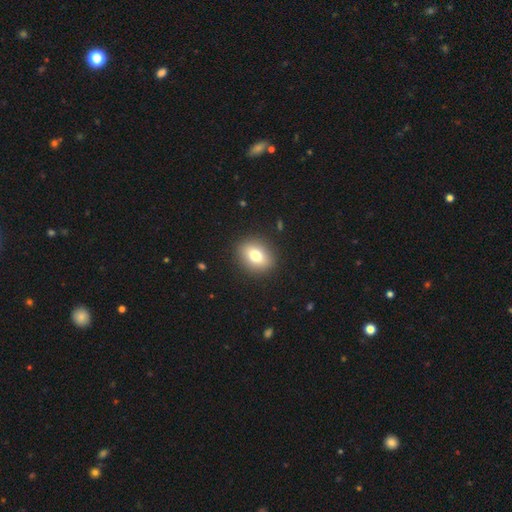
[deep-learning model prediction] Q: Smooth or featured?
A: smooth (76%); runner-up: featured or disk (14%)
Q: How rounded?
A: in between (52%); runner-up: round (46%)
Q: Merging?
A: none (90%); runner-up: minor disturbance (7%)